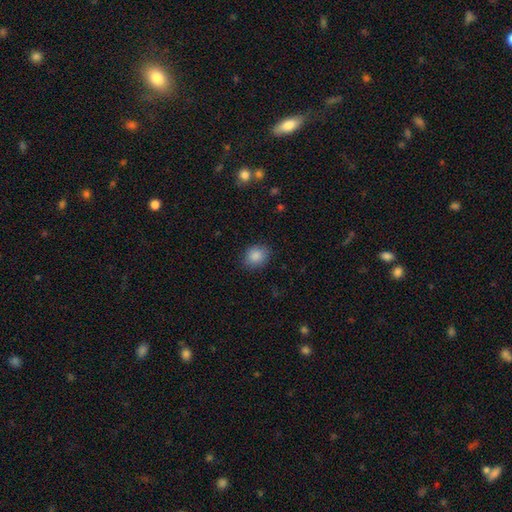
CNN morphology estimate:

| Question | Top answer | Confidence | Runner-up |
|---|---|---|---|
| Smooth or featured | smooth | 87% | star or artifact (8%) |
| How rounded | round | 55% | in between (44%) |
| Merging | none | 85% | minor disturbance (11%) |